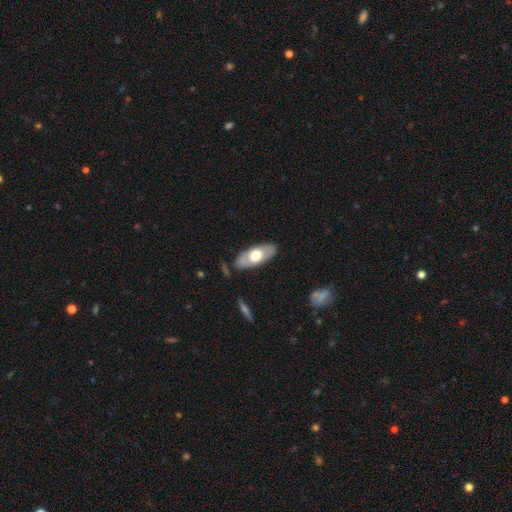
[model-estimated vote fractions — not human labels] Smooth or featured?
  - smooth: 48% *
  - featured or disk: 47%
  - star or artifact: 5%
Merging?
  - none: 83% *
  - minor disturbance: 13%
  - major disturbance: 3%
  - merger: 2%